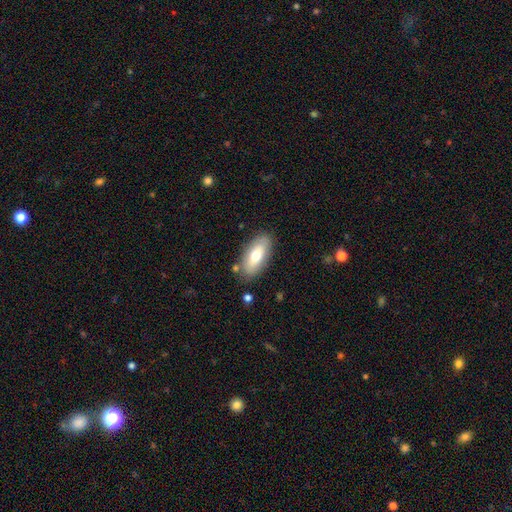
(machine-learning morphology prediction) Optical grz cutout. It shows a smooth galaxy with no disk features (66%) that is in between round and cigar-shaped (86%). Merging: none (82%).